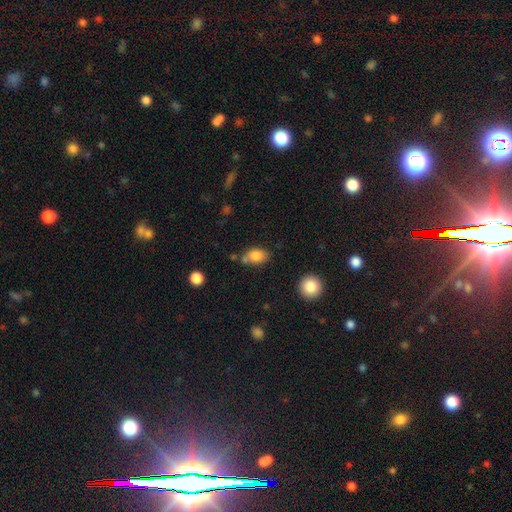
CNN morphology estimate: Smooth or featured?
  - smooth: 82% *
  - star or artifact: 9%
  - featured or disk: 9%
How rounded?
  - in between: 79% *
  - round: 19%
  - cigar-shaped: 2%
Merging?
  - none: 61% *
  - minor disturbance: 18%
  - merger: 16%
  - major disturbance: 5%